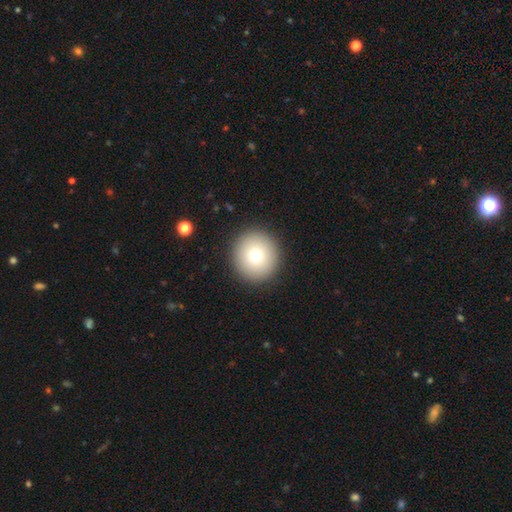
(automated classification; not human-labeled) Smooth or featured? Predicted: smooth (p=0.74). How rounded? Predicted: round (p=0.95). Merging? Predicted: none (p=0.92).